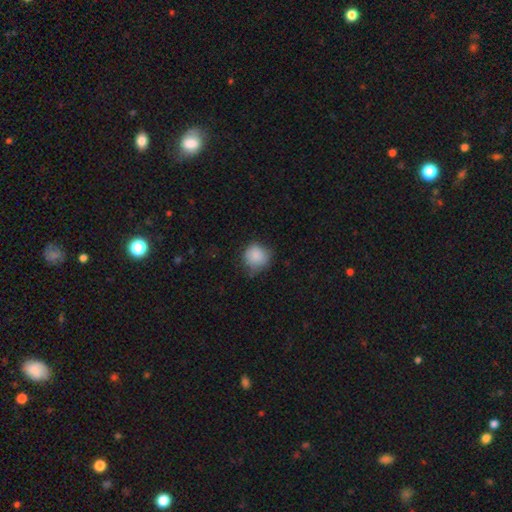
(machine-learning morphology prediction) Overall: smooth (86%). How rounded: round (87%). Merging: none (62%; minor disturbance 30%).